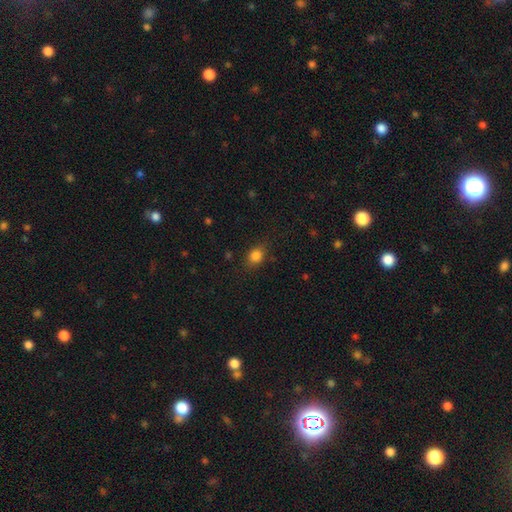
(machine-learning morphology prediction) Smooth or featured?
  - smooth: 83% *
  - star or artifact: 11%
  - featured or disk: 6%
How rounded?
  - in between: 56% *
  - round: 43%
  - cigar-shaped: 2%
Merging?
  - none: 78% *
  - minor disturbance: 16%
  - major disturbance: 5%
  - merger: 1%